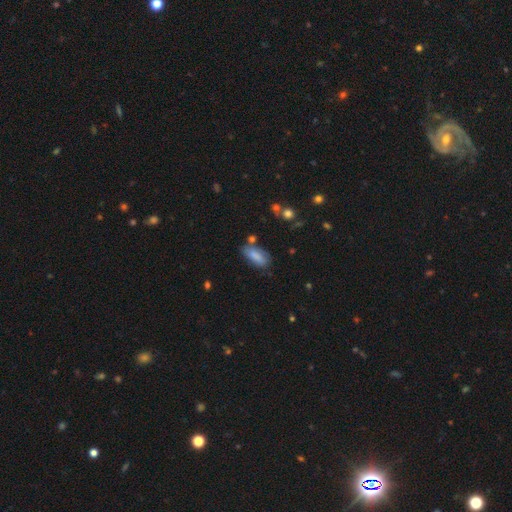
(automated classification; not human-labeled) smooth 81%, featured or disk 12%, star or artifact 8%. Down the decision tree: how rounded — in between (79%); merging — none (62%).